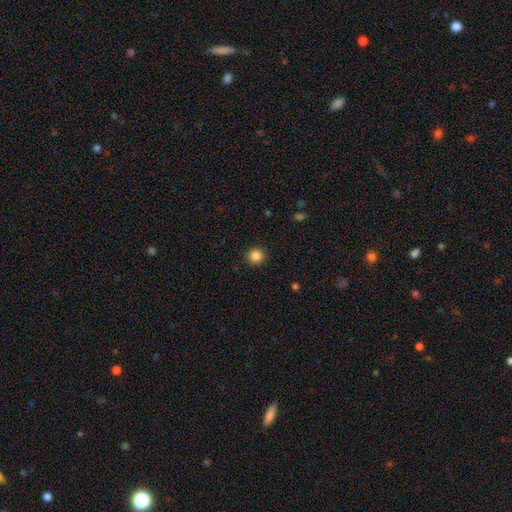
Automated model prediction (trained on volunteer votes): Smooth or featured?
  - smooth: 86% *
  - star or artifact: 11%
  - featured or disk: 3%
How rounded?
  - round: 93% *
  - in between: 6%
  - cigar-shaped: 1%
Merging?
  - none: 92% *
  - minor disturbance: 5%
  - major disturbance: 2%
  - merger: 1%